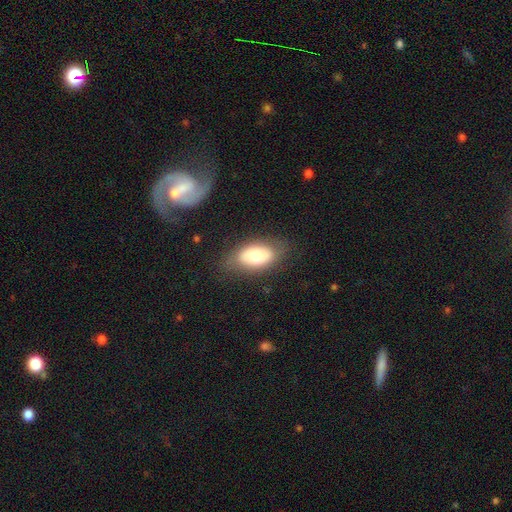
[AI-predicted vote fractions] This is likely a smooth galaxy (66%). How rounded: clearly in between (91%). Merging: likely none (76%).